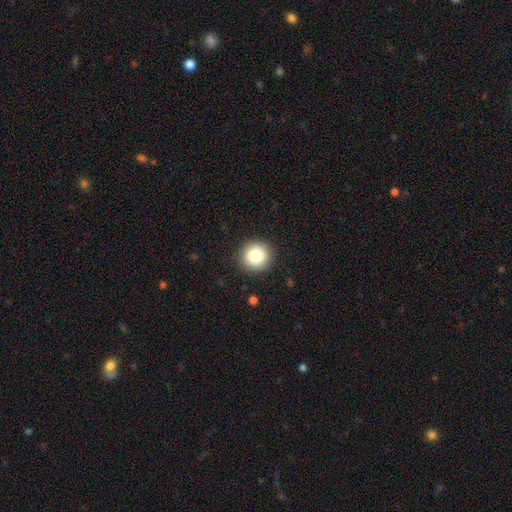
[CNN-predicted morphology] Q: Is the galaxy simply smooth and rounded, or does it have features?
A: smooth — 83%.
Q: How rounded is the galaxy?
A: round — 94%.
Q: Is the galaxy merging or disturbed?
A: none — 91%.